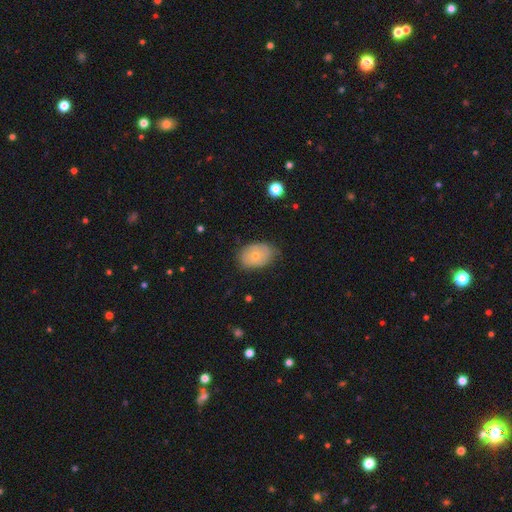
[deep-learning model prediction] Overall: smooth (64%; featured or disk 28%). How rounded: in between (75%). Merging: none (63%; minor disturbance 29%).